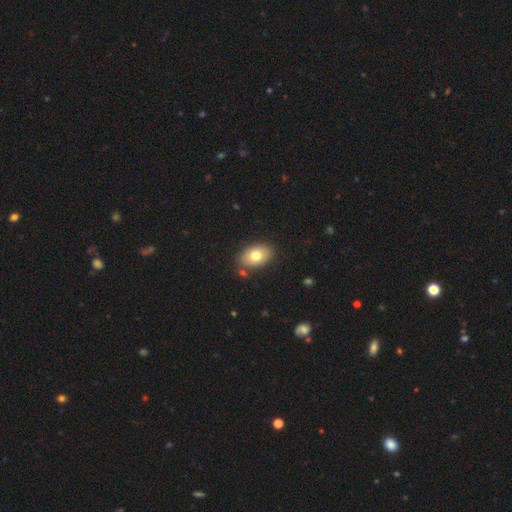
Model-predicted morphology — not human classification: The model was most divided on "smooth or featured": smooth: 77%, featured or disk: 15%, star or artifact: 7%. More confident: how rounded — in between (87%); merging — none (82%).